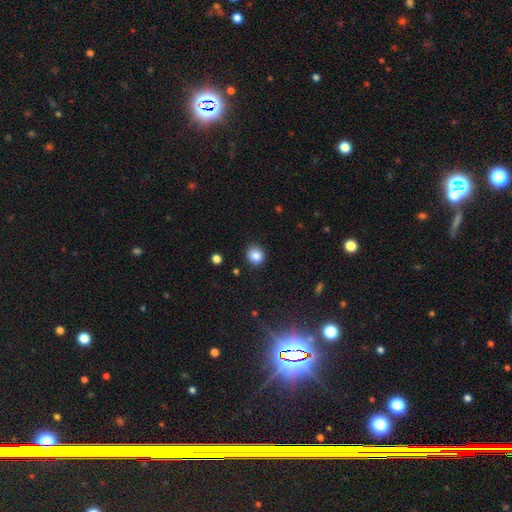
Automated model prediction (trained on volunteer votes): smooth_or_featured: smooth (p=0.86) [alt: star or artifact p=0.10]
how_rounded: round (p=0.82) [alt: in between p=0.17]
merging: none (p=0.87) [alt: minor disturbance p=0.09]